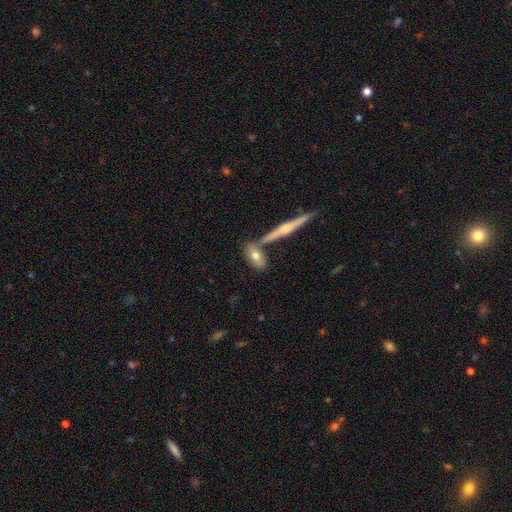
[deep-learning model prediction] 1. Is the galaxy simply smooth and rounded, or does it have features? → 64% smooth, 29% featured or disk, 7% star or artifact.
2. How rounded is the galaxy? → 77% in between, 17% cigar-shaped, 5% round.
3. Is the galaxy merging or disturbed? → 61% none, 22% merger, 13% minor disturbance, 4% major disturbance.